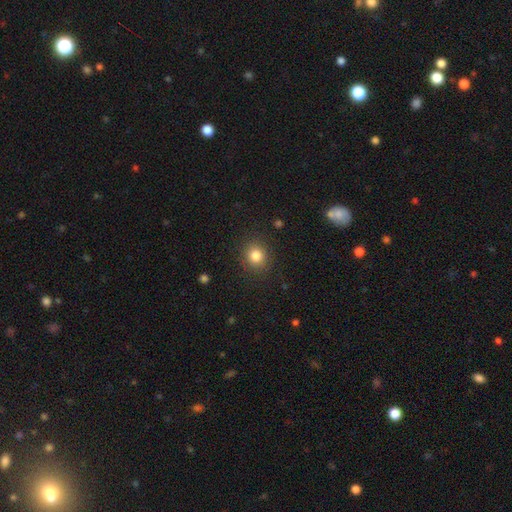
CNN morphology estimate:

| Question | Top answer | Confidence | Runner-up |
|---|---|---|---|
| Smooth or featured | smooth | 82% | star or artifact (11%) |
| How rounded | round | 85% | in between (14%) |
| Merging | none | 89% | minor disturbance (7%) |